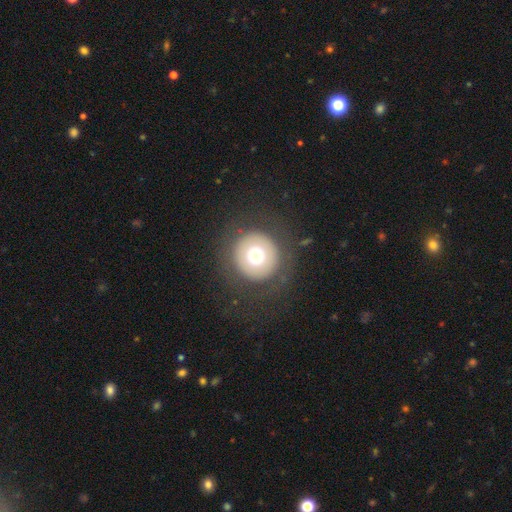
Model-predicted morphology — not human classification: This appears to be a smooth galaxy with no disk features (66%) that is round (95%). Merging: none (85%).